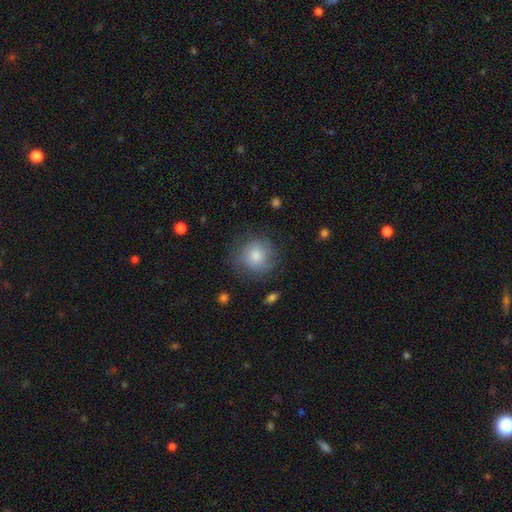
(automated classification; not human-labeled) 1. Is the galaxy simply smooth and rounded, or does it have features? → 66% smooth, 24% featured or disk, 10% star or artifact.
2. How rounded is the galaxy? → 92% round, 7% in between, 1% cigar-shaped.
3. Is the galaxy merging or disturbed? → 75% none, 16% minor disturbance, 8% major disturbance, 1% merger.